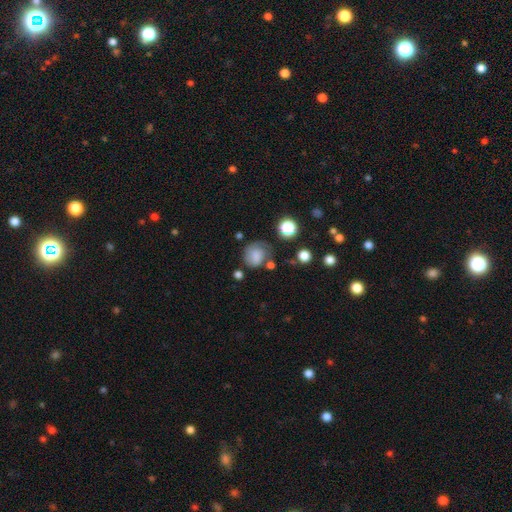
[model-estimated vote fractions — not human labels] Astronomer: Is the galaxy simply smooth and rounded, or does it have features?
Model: smooth — 70%.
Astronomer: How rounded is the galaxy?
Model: round — 74%.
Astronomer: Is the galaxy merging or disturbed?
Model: none — 52%.